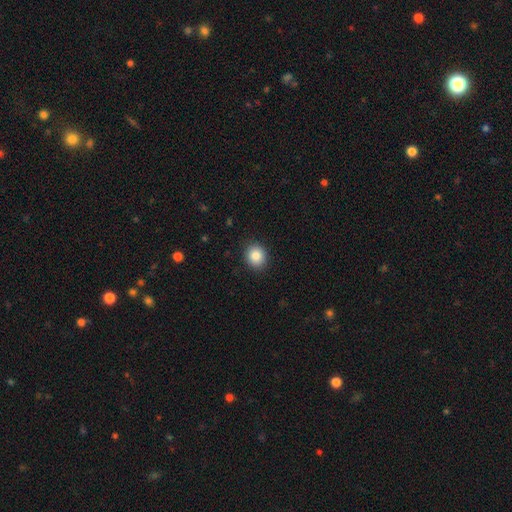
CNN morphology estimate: Smooth or featured? smooth (86%)
How rounded? round (74%)
Merging? none (90%)